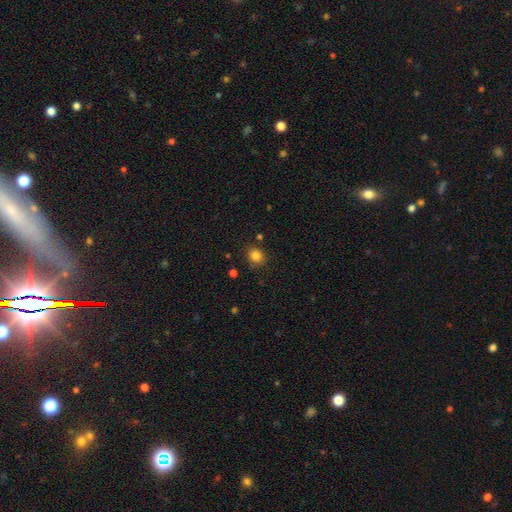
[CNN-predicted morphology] This appears to be a smooth galaxy with no disk features (83%) that is round (78%). Merging: none (84%).